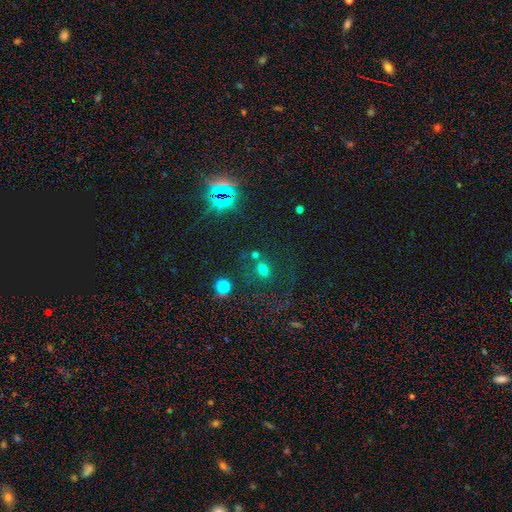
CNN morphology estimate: Smooth or featured? Predicted: smooth (p=0.46). Merging? Predicted: none (p=0.61).